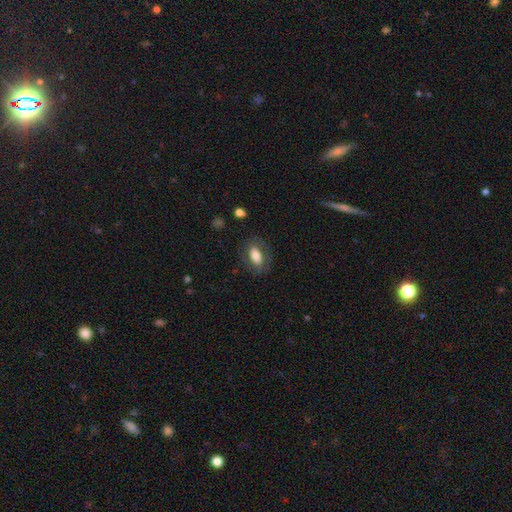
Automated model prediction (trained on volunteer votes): Q: Smooth or featured?
A: smooth (71%); runner-up: featured or disk (21%)
Q: How rounded?
A: in between (88%); runner-up: round (7%)
Q: Merging?
A: none (77%); runner-up: minor disturbance (15%)